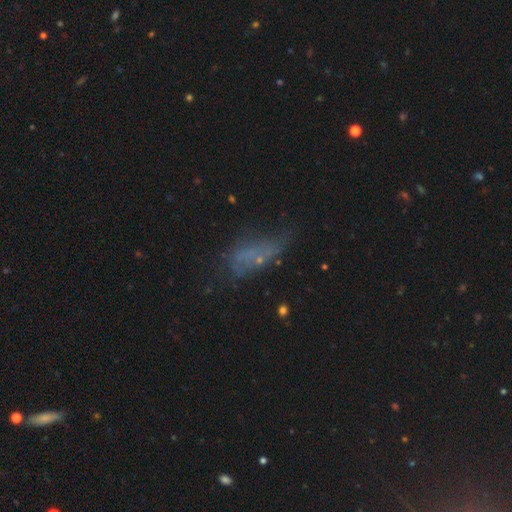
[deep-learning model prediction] Morphology: type=smooth (41%); merging=none (43%).